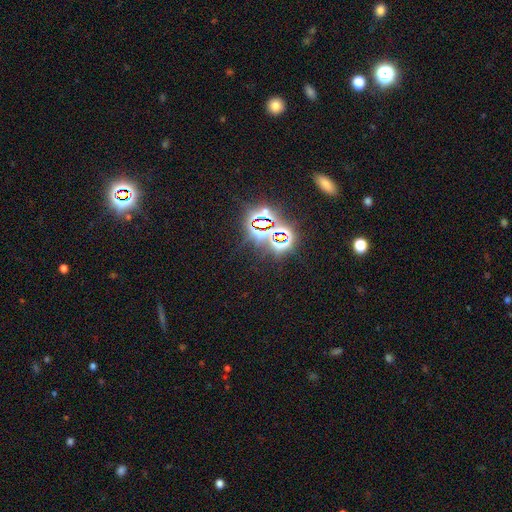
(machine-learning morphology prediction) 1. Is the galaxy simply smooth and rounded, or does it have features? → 68% star or artifact, 21% smooth, 10% featured or disk.